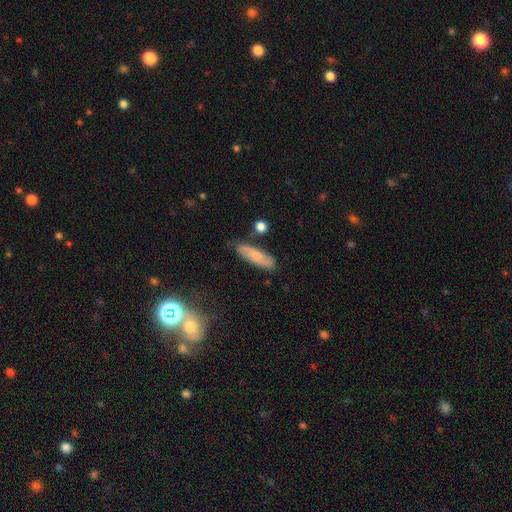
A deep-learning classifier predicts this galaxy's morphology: smooth-or-featured: smooth: 67% | featured or disk: 25% | star or artifact: 7%
  how-rounded: cigar-shaped: 59% | in between: 38% | round: 3%
  merging: none: 79% | minor disturbance: 14% | merger: 3% | major disturbance: 3%